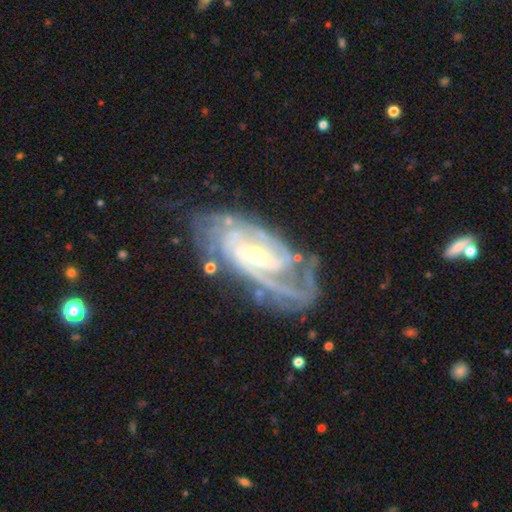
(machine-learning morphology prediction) A featured or disk galaxy (91%) with a weak bar (43%), 2 (36%) tight (62%) spiral arms (98%) and a moderate central bulge (49%). Merging: none (68%).